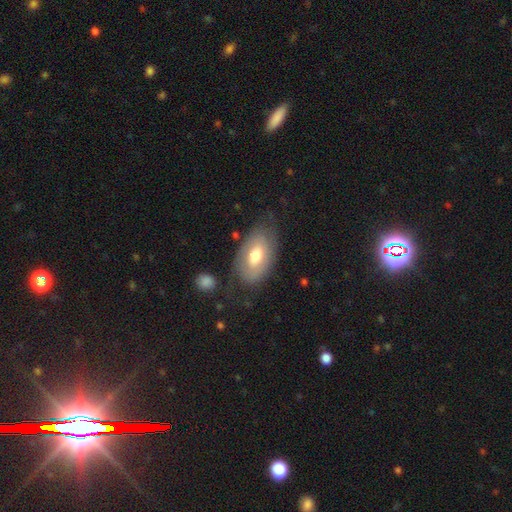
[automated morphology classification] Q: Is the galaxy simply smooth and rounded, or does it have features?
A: smooth — 56%.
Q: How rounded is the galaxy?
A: in between — 92%.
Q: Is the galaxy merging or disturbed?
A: none — 67%.